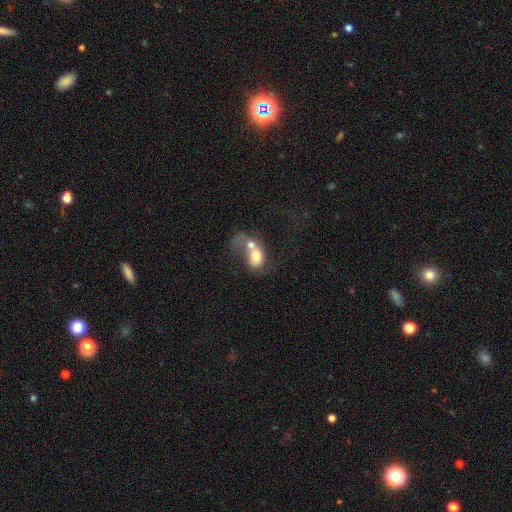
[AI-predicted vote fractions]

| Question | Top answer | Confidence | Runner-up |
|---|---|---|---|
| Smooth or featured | smooth | 61% | featured or disk (31%) |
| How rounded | in between | 63% | round (35%) |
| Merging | merger | 73% | major disturbance (12%) |